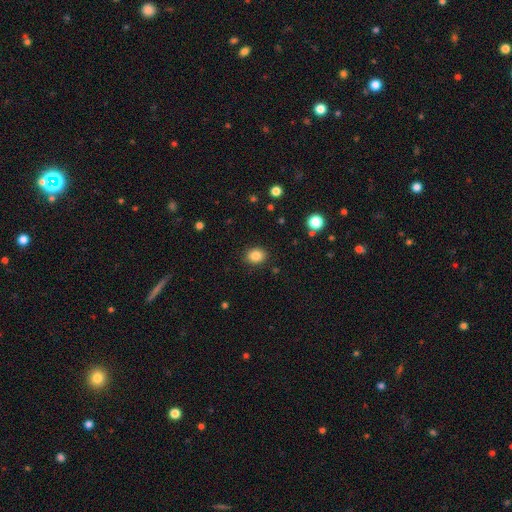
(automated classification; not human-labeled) Smooth or featured? smooth (85%)
How rounded? round (58%)
Merging? none (89%)